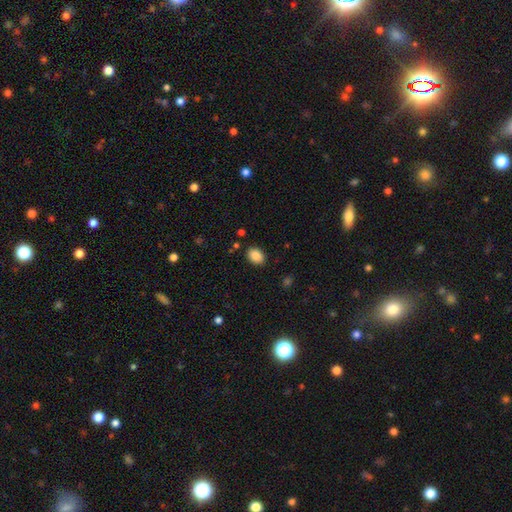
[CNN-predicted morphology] Smooth or featured? smooth (87%)
How rounded? in between (77%)
Merging? none (86%)